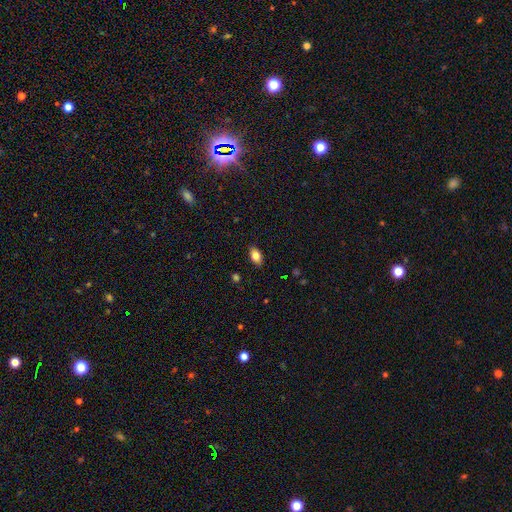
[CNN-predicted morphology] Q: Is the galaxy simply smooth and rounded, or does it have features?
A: smooth — 81%.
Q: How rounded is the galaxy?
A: in between — 90%.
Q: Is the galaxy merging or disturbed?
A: none — 88%.